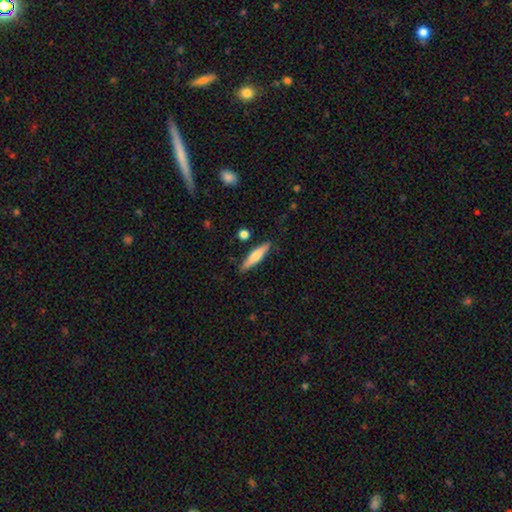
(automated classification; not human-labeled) This appears to be a smooth galaxy with no disk features (56%) that is cigar-shaped (82%). Merging: none (87%).